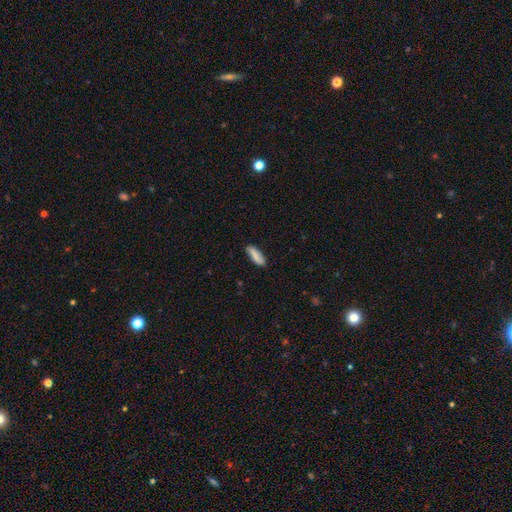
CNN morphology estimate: type=smooth (81%); roundness=in between (54%); merging=none (85%).